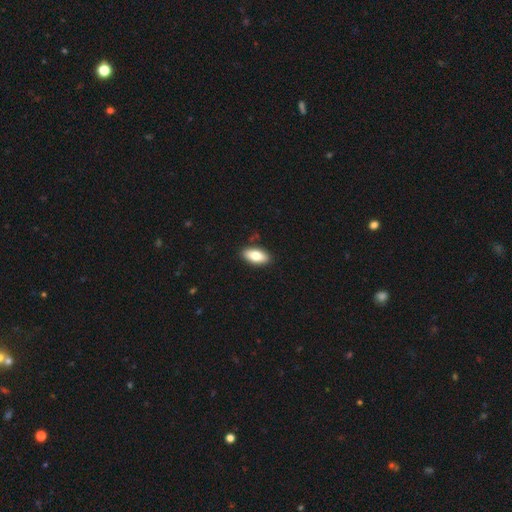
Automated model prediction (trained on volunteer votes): Q: Smooth or featured?
A: smooth (77%); runner-up: featured or disk (17%)
Q: How rounded?
A: in between (89%); runner-up: cigar-shaped (8%)
Q: Merging?
A: none (88%); runner-up: minor disturbance (8%)